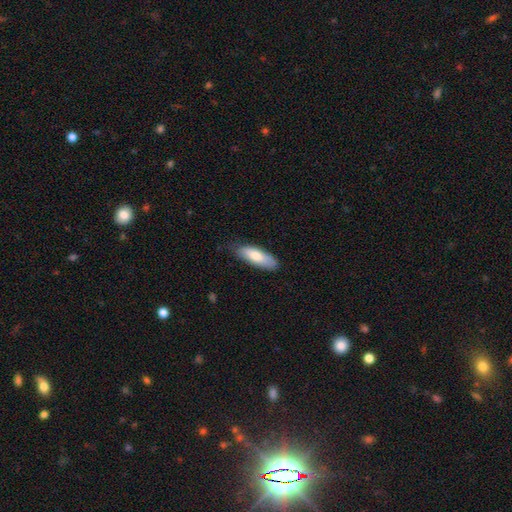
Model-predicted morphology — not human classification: A smooth galaxy with no disk features (76%) that is in between round and cigar-shaped (60%). Merging: none (76%).